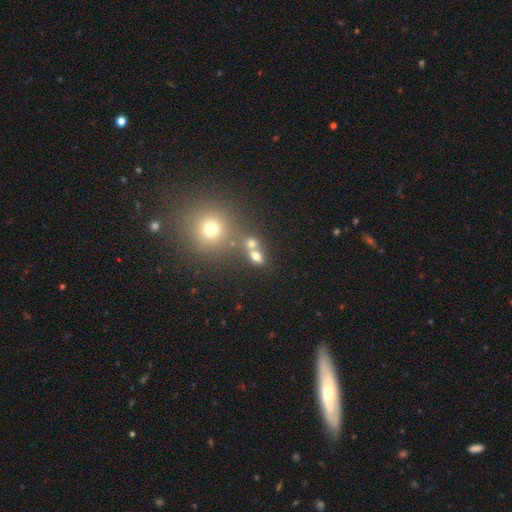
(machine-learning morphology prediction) smooth-or-featured: smooth: 71% | star or artifact: 17% | featured or disk: 13%
  how-rounded: in between: 60% | round: 37% | cigar-shaped: 3%
  merging: none: 46% | merger: 39% | minor disturbance: 10% | major disturbance: 5%